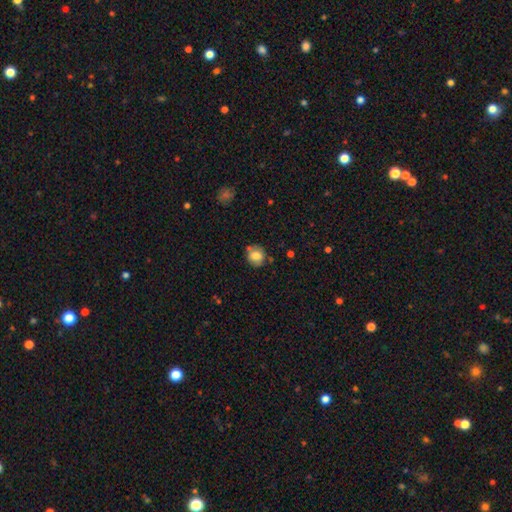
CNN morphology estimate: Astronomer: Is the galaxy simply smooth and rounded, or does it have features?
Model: smooth — 79%.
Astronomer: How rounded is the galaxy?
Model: round — 86%.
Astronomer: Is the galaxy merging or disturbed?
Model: none — 75%.